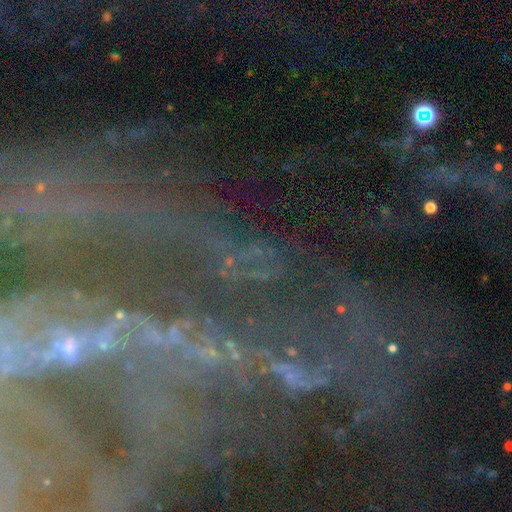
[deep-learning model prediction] Smooth or featured? Predicted: featured or disk (p=0.54). Edge-on disk? Predicted: no (p=0.89). Merging? Predicted: none (p=0.65).